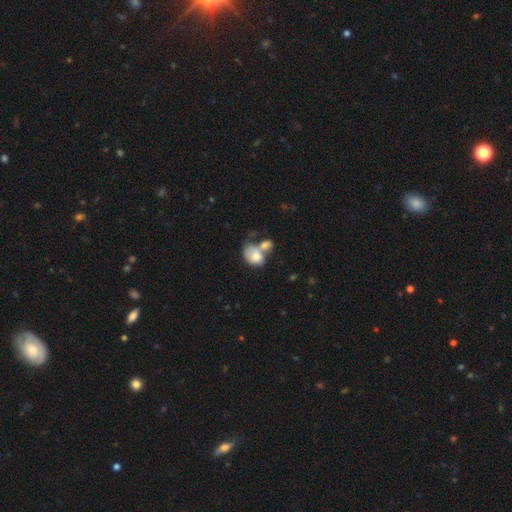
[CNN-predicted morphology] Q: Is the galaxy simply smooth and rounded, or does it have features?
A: smooth — 67%.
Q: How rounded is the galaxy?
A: in between — 73%.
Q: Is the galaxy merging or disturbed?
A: merger — 64%.